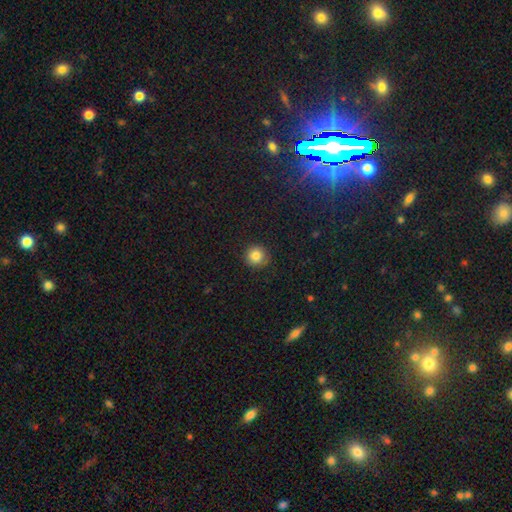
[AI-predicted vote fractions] smooth-or-featured: smooth: 83% | star or artifact: 11% | featured or disk: 6%
  how-rounded: round: 94% | in between: 5% | cigar-shaped: 1%
  merging: none: 88% | minor disturbance: 8% | major disturbance: 2% | merger: 1%